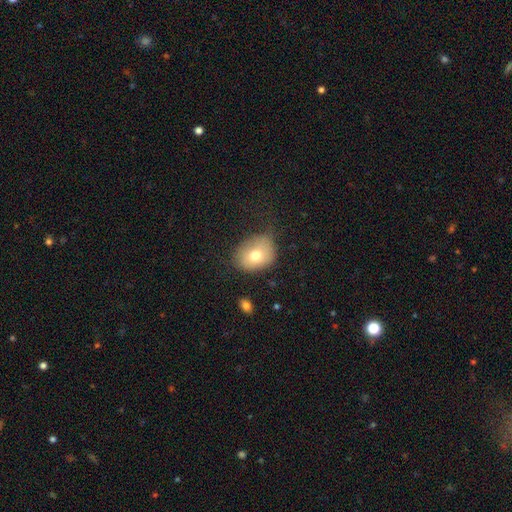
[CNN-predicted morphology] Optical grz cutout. It shows a smooth galaxy with no disk features (72%) that is in between round and cigar-shaped (51%). Merging: none (57%).